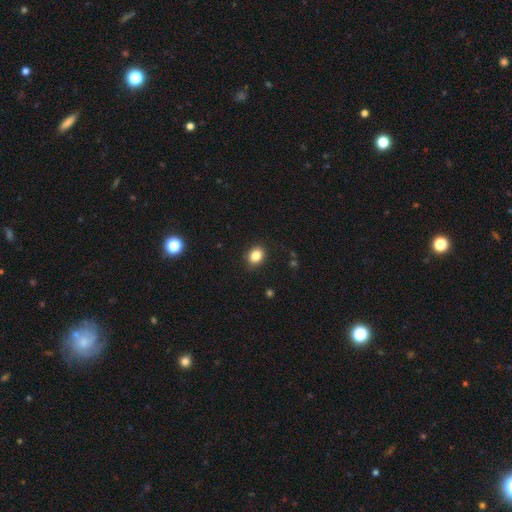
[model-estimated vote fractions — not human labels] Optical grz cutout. It shows a smooth galaxy with no disk features (84%) that is in between round and cigar-shaped (52%). Merging: none (87%).